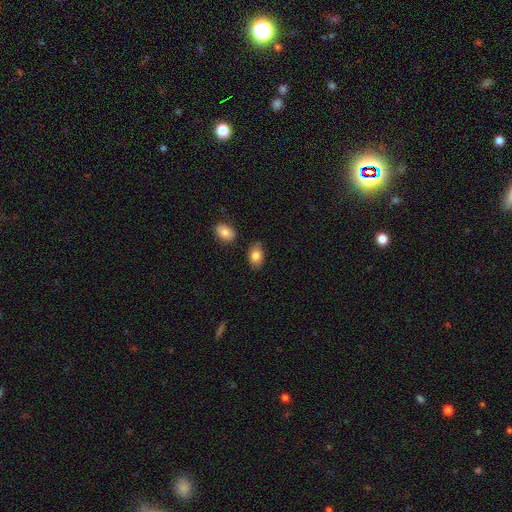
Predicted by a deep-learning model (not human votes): Morphology: type=smooth (84%); roundness=in between (83%); merging=none (76%).